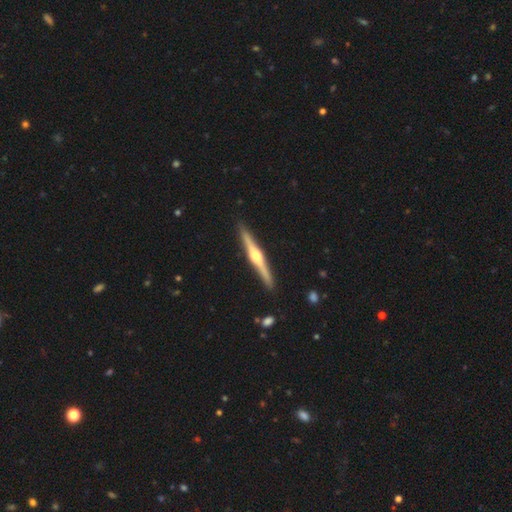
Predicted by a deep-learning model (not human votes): Overall: featured or disk (79%). Edge-on disk: yes (98%). Edge-on bulge: rounded (93%). Merging: none (91%).